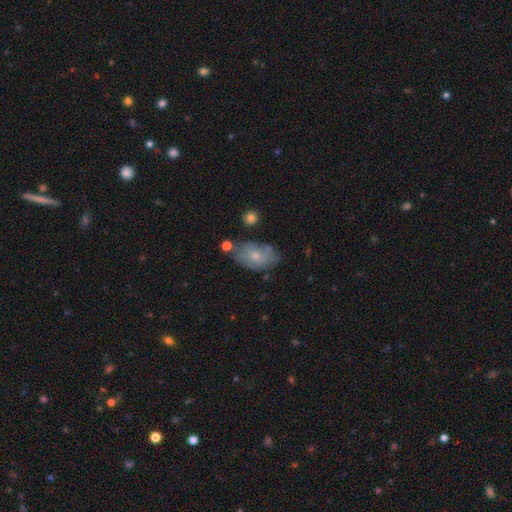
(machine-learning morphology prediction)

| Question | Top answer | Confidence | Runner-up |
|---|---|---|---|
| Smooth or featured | smooth | 58% | featured or disk (35%) |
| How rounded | in between | 90% | round (8%) |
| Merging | none | 63% | minor disturbance (24%) |